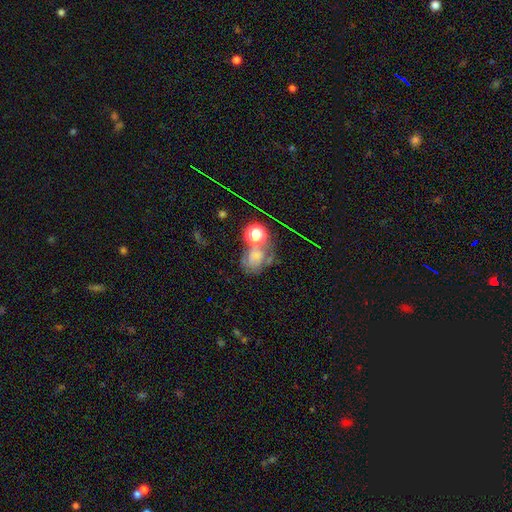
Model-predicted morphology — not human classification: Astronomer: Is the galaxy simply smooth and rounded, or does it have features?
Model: smooth — 48% (runner-up: star or artifact, 29%).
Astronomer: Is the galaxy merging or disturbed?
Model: none — 38% (runner-up: merger, 29%).